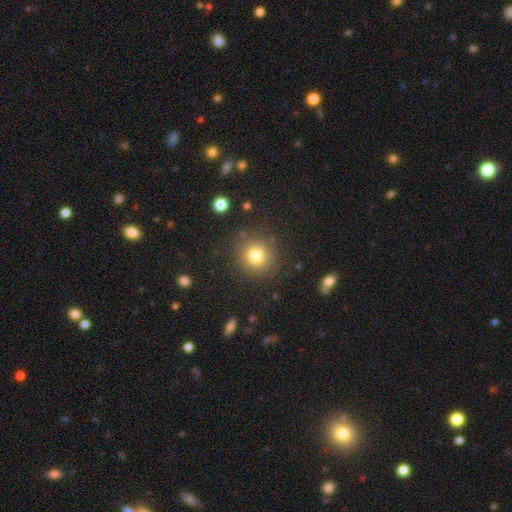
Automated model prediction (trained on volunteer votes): smooth 78%, star or artifact 13%, featured or disk 8%. Down the decision tree: how rounded — round (91%); merging — none (86%).